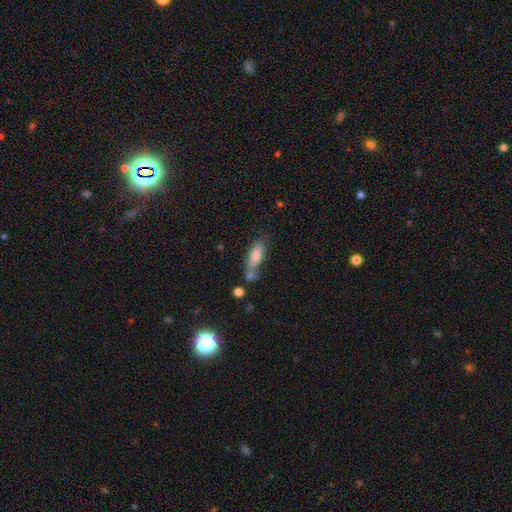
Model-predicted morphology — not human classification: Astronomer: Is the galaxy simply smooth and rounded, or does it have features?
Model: smooth — 73%.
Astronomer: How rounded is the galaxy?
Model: in between — 54% (runner-up: cigar-shaped, 43%).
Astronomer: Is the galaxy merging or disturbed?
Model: none — 44% (runner-up: merger, 28%).